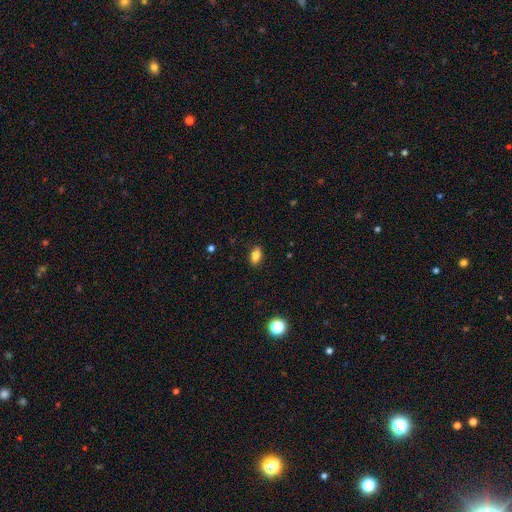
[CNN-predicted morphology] This appears to be a smooth galaxy with no disk features (83%) that is in between round and cigar-shaped (86%). Merging: none (87%).